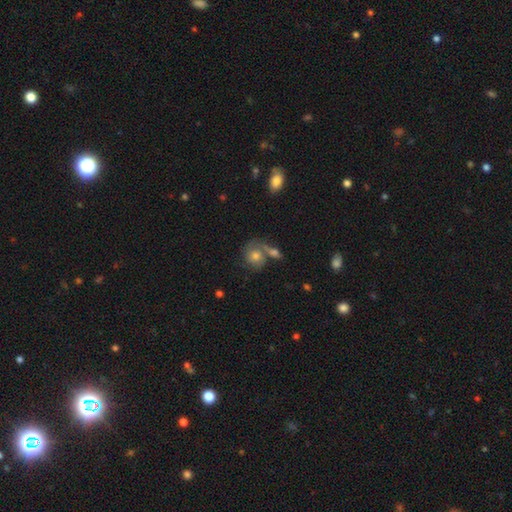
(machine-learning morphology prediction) type=smooth (45%); merging=none (48%).